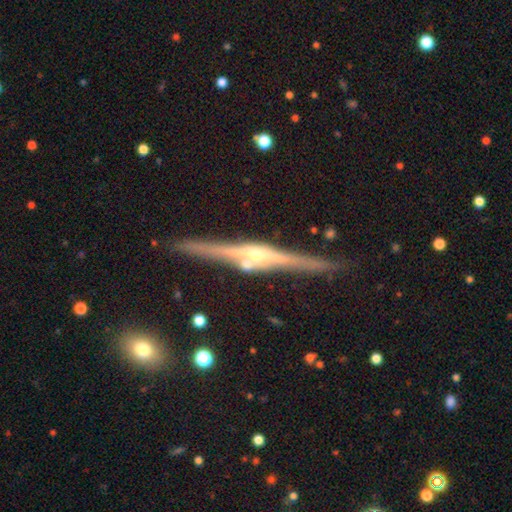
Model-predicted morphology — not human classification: type=featured or disk (86%); edge-on=yes (98%); edge-on bulge=rounded (83%); merging=none (86%).